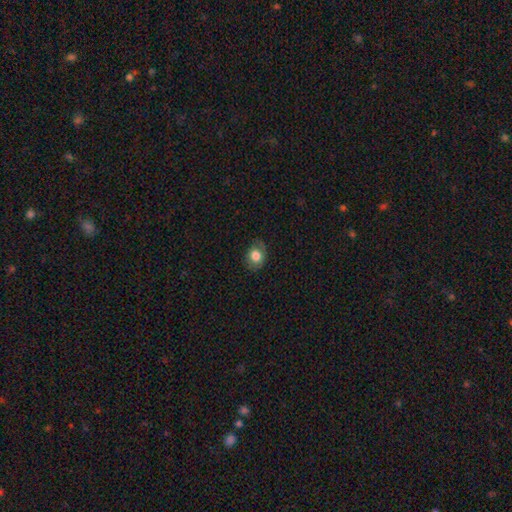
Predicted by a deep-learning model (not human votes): Smooth or featured? Predicted: smooth (p=0.78). How rounded? Predicted: round (p=0.53). Merging? Predicted: none (p=0.68).